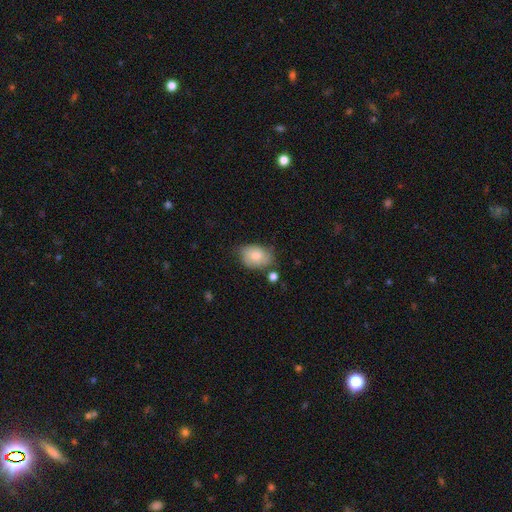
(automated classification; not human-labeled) The model was most divided on "merging": none: 59%, minor disturbance: 28%, major disturbance: 7%, merger: 6%. More confident: how rounded — in between (78%); smooth or featured — smooth (77%).